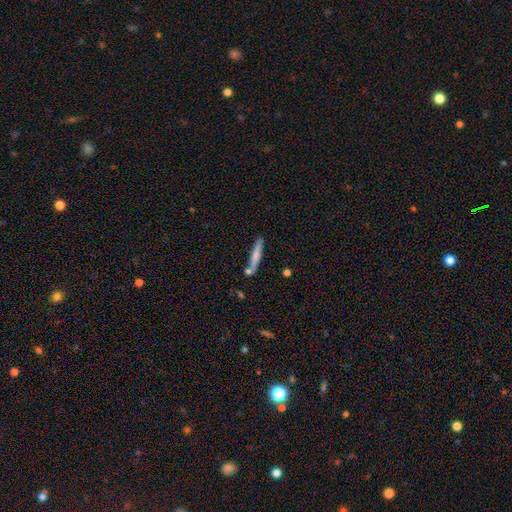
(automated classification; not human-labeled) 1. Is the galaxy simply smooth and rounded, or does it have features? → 66% smooth, 29% featured or disk, 6% star or artifact.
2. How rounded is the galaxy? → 92% cigar-shaped, 6% in between, 1% round.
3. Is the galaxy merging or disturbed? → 73% none, 13% minor disturbance, 10% merger, 3% major disturbance.